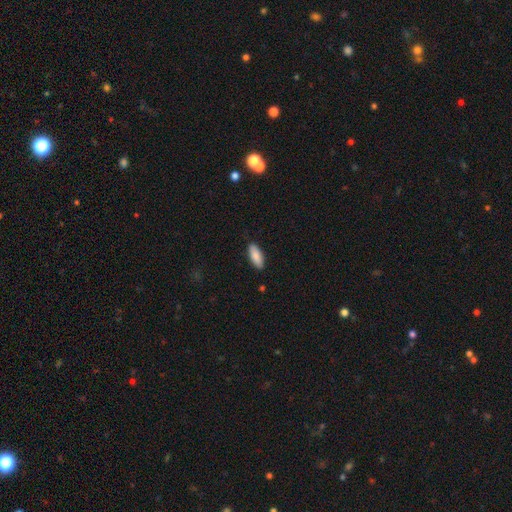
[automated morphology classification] Smooth or featured? Predicted: smooth (p=0.88). How rounded? Predicted: in between (p=0.77). Merging? Predicted: none (p=0.88).